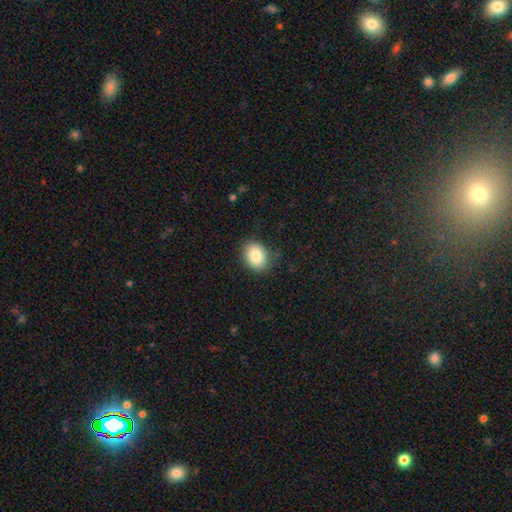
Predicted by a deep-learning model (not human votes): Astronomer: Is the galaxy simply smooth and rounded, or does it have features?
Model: smooth — 84%.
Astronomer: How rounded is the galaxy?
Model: in between — 59% (runner-up: round, 41%).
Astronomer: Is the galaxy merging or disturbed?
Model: none — 84%.